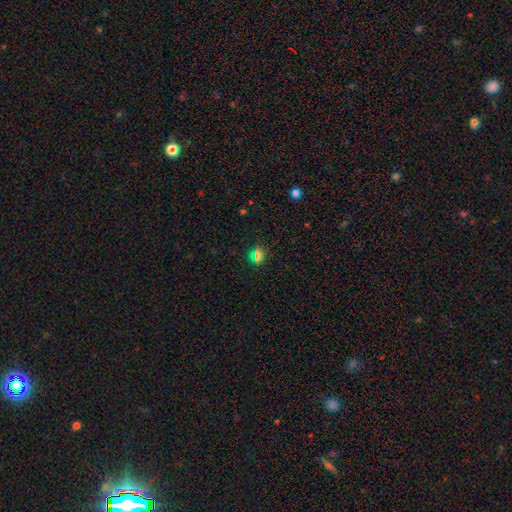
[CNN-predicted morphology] Overall: smooth (64%; star or artifact 27%). How rounded: round (72%). Merging: none (88%).